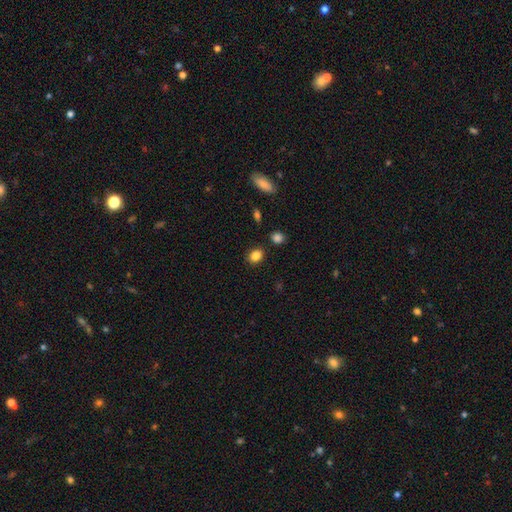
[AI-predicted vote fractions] Q: Smooth or featured?
A: smooth (85%); runner-up: star or artifact (10%)
Q: How rounded?
A: in between (59%); runner-up: round (40%)
Q: Merging?
A: none (85%); runner-up: minor disturbance (9%)